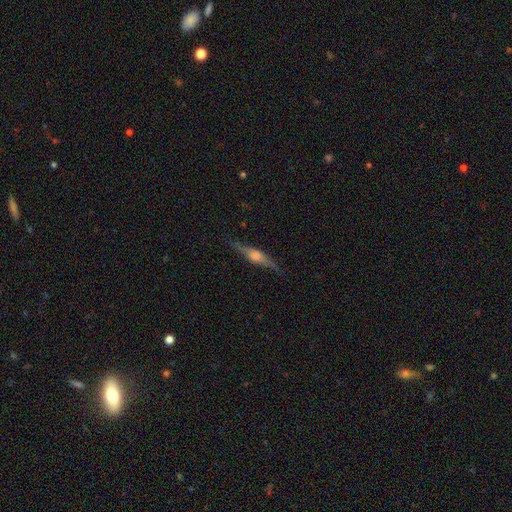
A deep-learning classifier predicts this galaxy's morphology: A featured or disk galaxy (78%) viewed edge-on (97%) with a rounded central bulge (80%). Merging: none (87%).